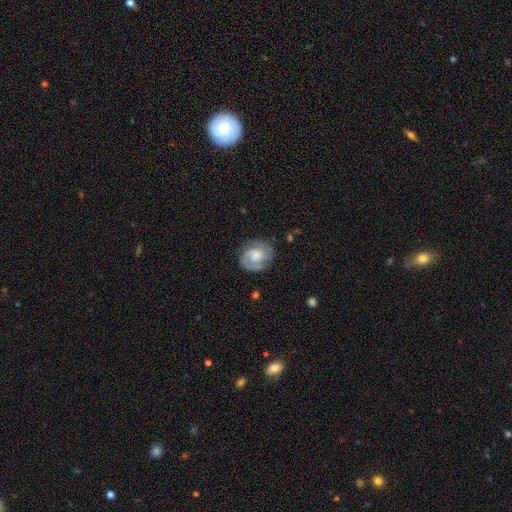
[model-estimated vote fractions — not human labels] smooth_or_featured: featured or disk (p=0.69) [alt: smooth p=0.24]
disk_edge_on: no (p=0.98) [alt: yes p=0.02]
bar: no (p=0.62) [alt: weak p=0.33]
has_spiral_arms: yes (p=0.91) [alt: no p=0.09]
spiral_winding: tight (p=0.48) [alt: medium p=0.39]
spiral_arm_count: 2 (p=0.58) [alt: can't tell p=0.17]
bulge_size: moderate (p=0.37) [alt: small p=0.30]
merging: none (p=0.71) [alt: minor disturbance p=0.19]